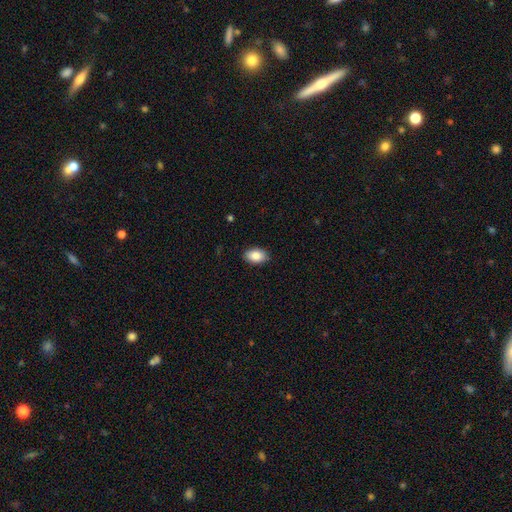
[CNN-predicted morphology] smooth 86%, featured or disk 7%, star or artifact 7%. Down the decision tree: how rounded — in between (90%); merging — none (89%).